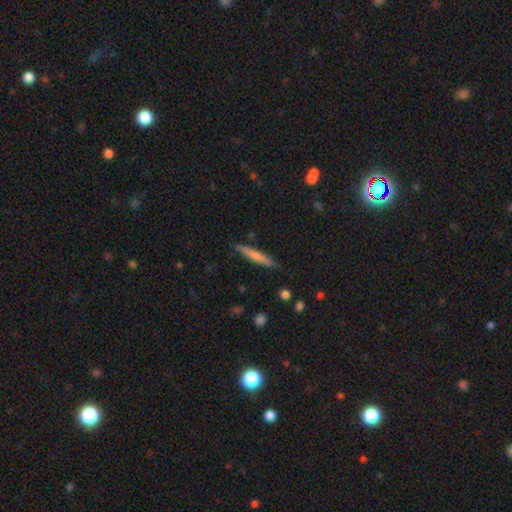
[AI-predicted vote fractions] Q: Smooth or featured?
A: smooth (67%); runner-up: featured or disk (28%)
Q: How rounded?
A: cigar-shaped (94%); runner-up: in between (4%)
Q: Merging?
A: none (87%); runner-up: minor disturbance (10%)